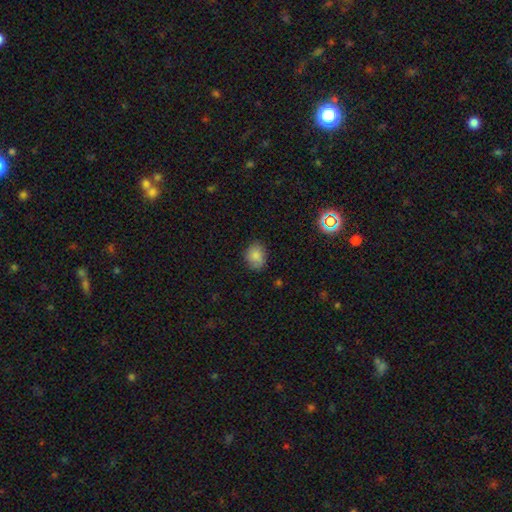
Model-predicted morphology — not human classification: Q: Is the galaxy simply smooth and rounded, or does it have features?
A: smooth — 84%.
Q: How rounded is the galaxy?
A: in between — 51%.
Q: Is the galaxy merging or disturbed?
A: none — 80%.